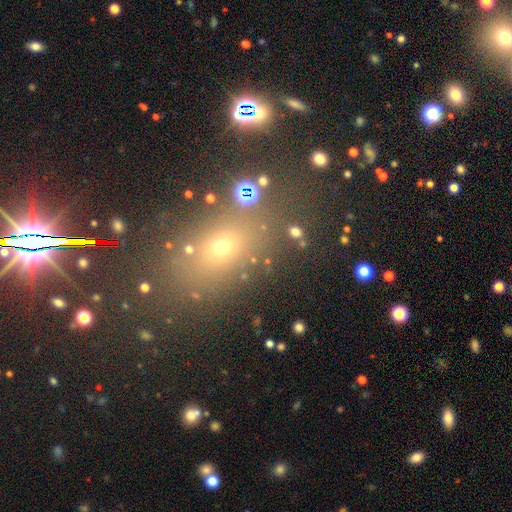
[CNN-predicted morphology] Smooth or featured: smooth — 45% (star or artifact — 39%)
Merging: none — 78% (minor disturbance — 11%)